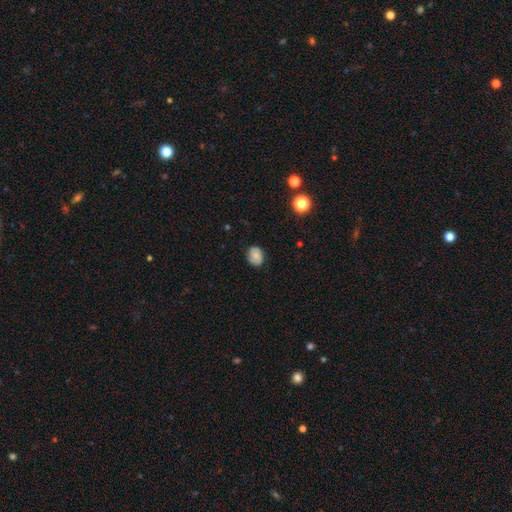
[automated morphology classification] smooth-or-featured: smooth: 68% | featured or disk: 22% | star or artifact: 10%
  how-rounded: round: 52% | in between: 47% | cigar-shaped: 1%
  merging: none: 77% | minor disturbance: 18% | major disturbance: 4% | merger: 1%